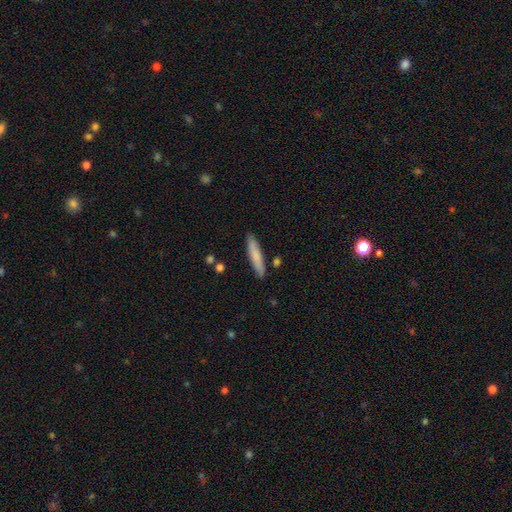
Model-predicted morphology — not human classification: Overall: smooth (77%). How rounded: cigar-shaped (86%). Merging: none (87%).